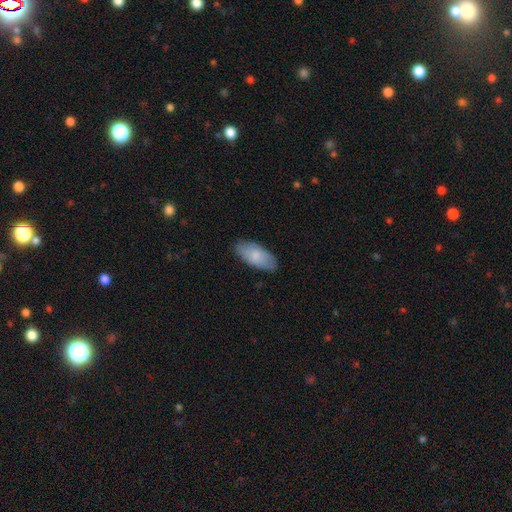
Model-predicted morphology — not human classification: Smooth or featured: smooth — 80% (featured or disk — 14%)
How rounded: in between — 91% (cigar-shaped — 7%)
Merging: none — 83% (minor disturbance — 13%)